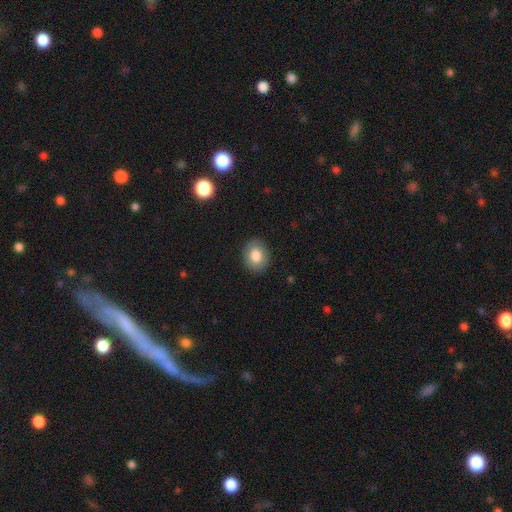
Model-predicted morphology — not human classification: smooth-or-featured: smooth: 81% | featured or disk: 11% | star or artifact: 8%
  how-rounded: round: 57% | in between: 42% | cigar-shaped: 1%
  merging: none: 88% | minor disturbance: 9% | major disturbance: 2% | merger: 1%